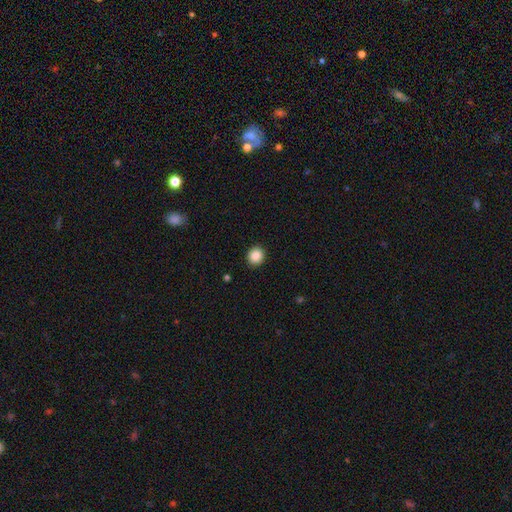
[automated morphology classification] This appears to be a smooth galaxy with no disk features (87%) that is round (86%). Merging: none (92%).